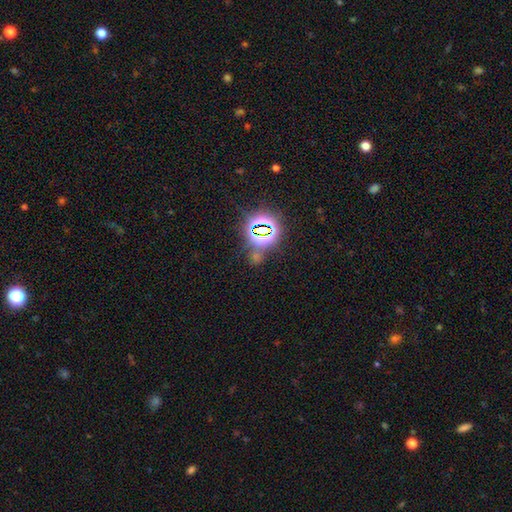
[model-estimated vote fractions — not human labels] Overall: star or artifact (75%).